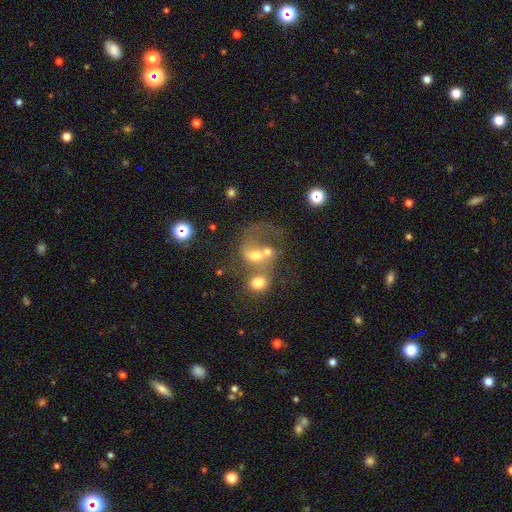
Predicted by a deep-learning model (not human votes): The model was most divided on "smooth or featured": featured or disk: 46%, smooth: 39%, star or artifact: 15%. More confident: merging — merger (62%).